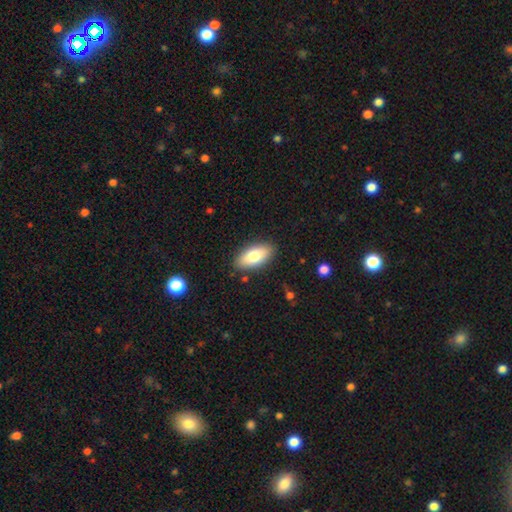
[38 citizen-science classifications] A smooth galaxy with no disk features (74%) that is in between round and cigar-shaped (93%). Merging: none (89%).